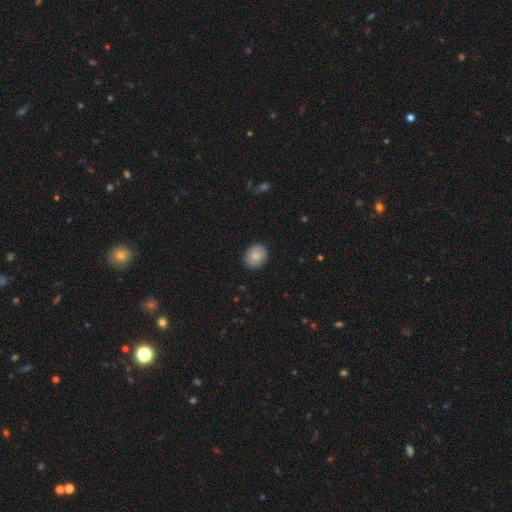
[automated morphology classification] Overall: smooth (85%). How rounded: round (57%; in between 42%). Merging: none (89%).